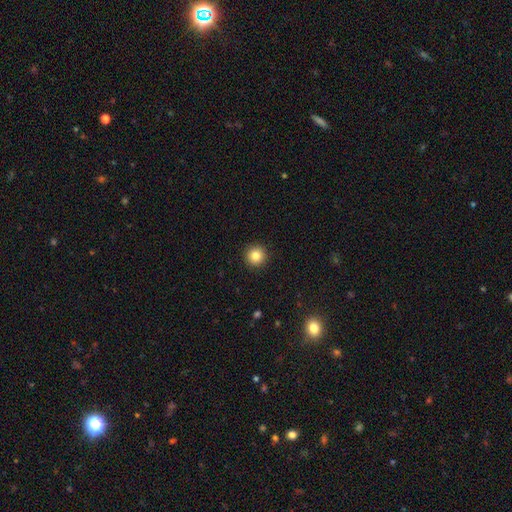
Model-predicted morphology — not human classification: Smooth or featured? smooth (84%)
How rounded? round (95%)
Merging? none (93%)